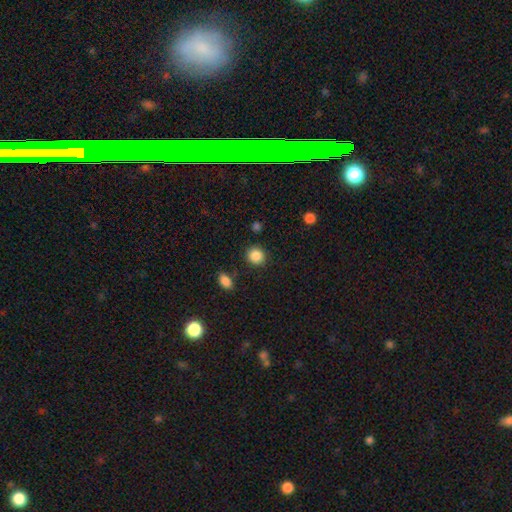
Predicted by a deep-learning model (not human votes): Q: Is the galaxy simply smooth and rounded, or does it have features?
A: smooth — 87%.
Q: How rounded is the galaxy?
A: round — 86%.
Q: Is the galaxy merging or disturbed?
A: none — 86%.